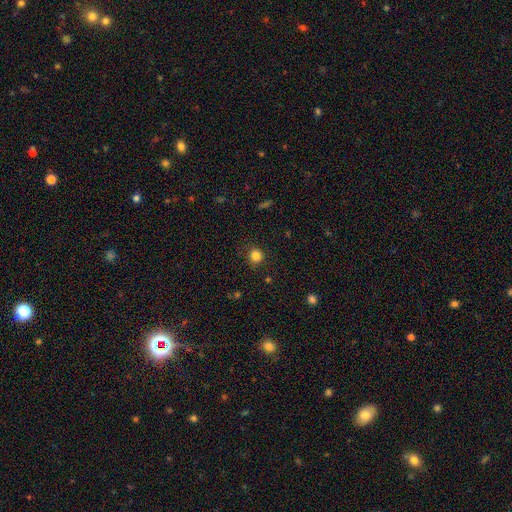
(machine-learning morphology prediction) smooth-or-featured: smooth: 83% | star or artifact: 12% | featured or disk: 4%
  how-rounded: round: 89% | in between: 10% | cigar-shaped: 1%
  merging: none: 86% | minor disturbance: 10% | major disturbance: 3% | merger: 1%